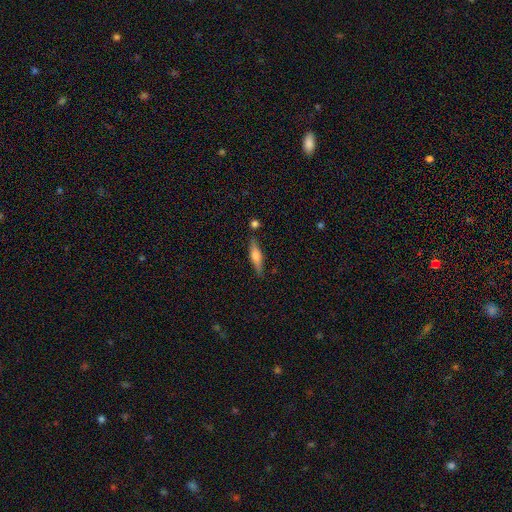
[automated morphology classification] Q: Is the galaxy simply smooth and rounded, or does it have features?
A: featured or disk — 52%.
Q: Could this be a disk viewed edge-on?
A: yes — 95%.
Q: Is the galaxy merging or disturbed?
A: none — 82%.